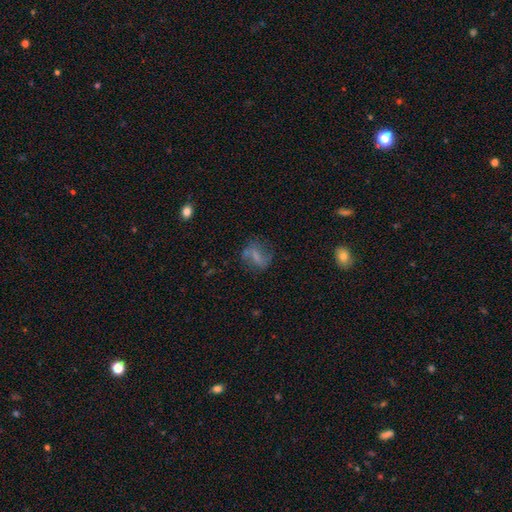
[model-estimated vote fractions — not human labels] This is possibly a smooth galaxy (48%). Merging: likely none (62%).